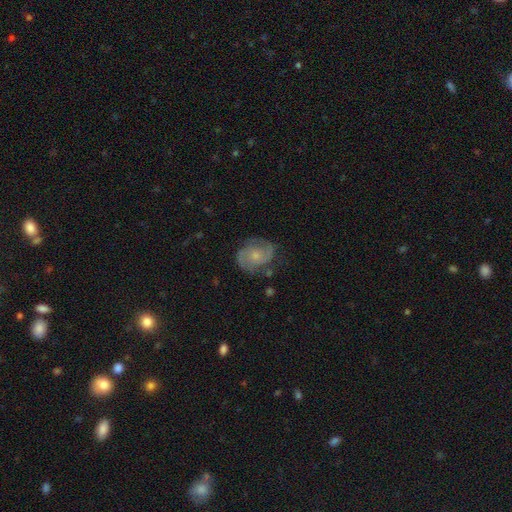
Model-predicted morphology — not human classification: featured or disk 73%, smooth 20%, star or artifact 7%. Down the decision tree: edge-on disk — no (98%); bar — no (72%); spiral arms — yes (91%); spiral arm count — 2 (79%); spiral winding — medium (46%); bulge size — small (55%); merging — none (73%).